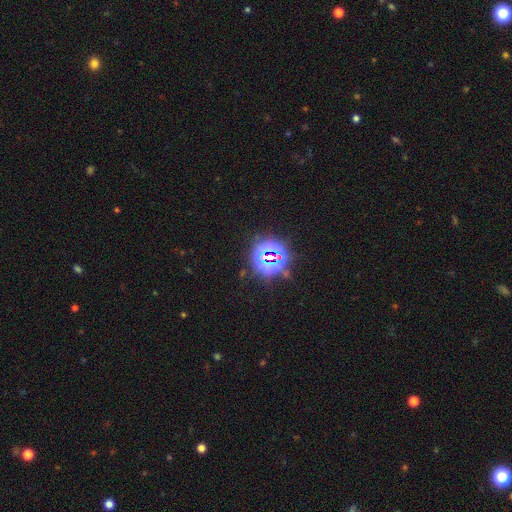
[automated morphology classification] The model was most divided on "smooth or featured": star or artifact: 78%, smooth: 13%, featured or disk: 9%.